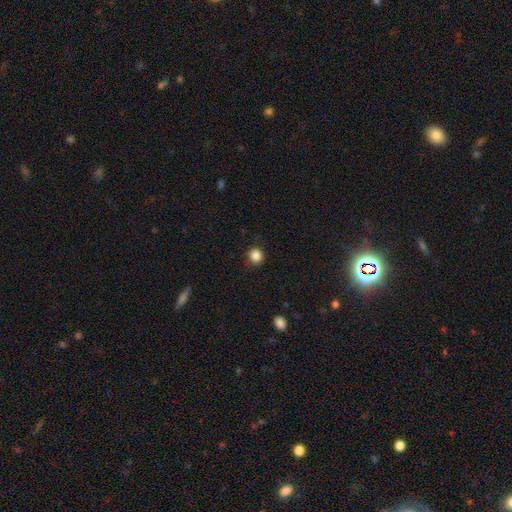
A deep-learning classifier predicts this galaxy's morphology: Smooth or featured?
  - smooth: 86% *
  - star or artifact: 11%
  - featured or disk: 3%
How rounded?
  - round: 86% *
  - in between: 13%
  - cigar-shaped: 1%
Merging?
  - none: 88% *
  - minor disturbance: 9%
  - major disturbance: 2%
  - merger: 1%